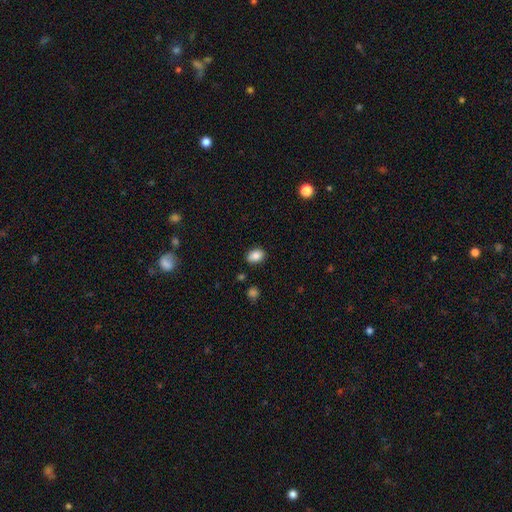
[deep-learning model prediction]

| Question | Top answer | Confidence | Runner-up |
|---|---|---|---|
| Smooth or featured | smooth | 86% | star or artifact (9%) |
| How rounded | in between | 80% | round (19%) |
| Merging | none | 84% | minor disturbance (11%) |